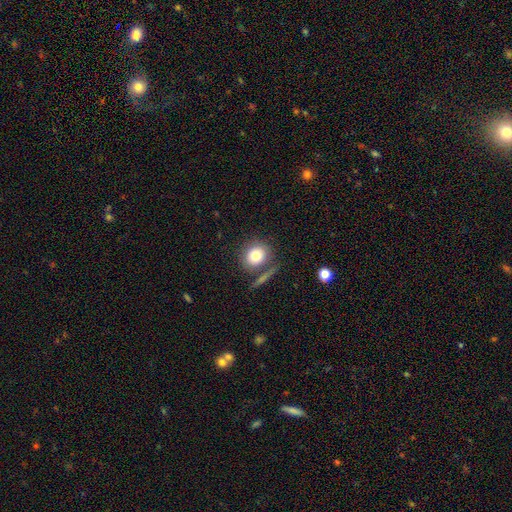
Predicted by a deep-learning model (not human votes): A smooth galaxy with no disk features (77%) that is round (77%). Merging: none (69%).